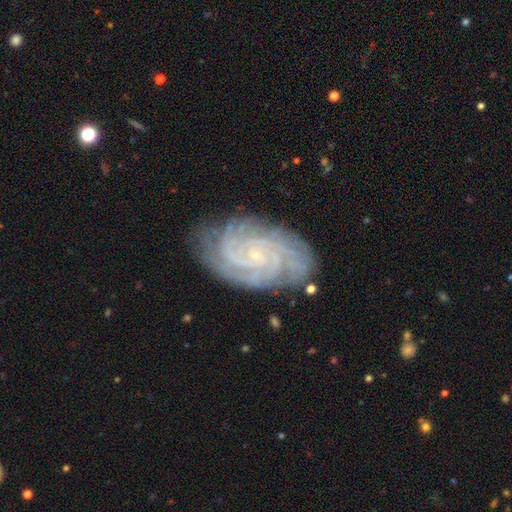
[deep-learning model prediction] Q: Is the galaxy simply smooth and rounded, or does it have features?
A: featured or disk — 89%.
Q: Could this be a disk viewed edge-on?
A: no — 97%.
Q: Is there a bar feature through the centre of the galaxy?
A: no — 72%.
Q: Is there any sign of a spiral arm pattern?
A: yes — 98%.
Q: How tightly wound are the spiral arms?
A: tight — 81%.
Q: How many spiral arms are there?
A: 4 — 28%.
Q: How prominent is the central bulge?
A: small — 87%.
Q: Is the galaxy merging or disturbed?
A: none — 81%.